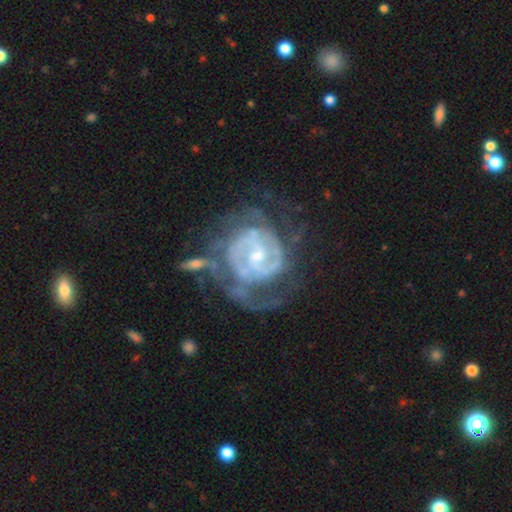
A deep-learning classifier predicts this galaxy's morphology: Smooth or featured? Predicted: featured or disk (p=0.87). Edge-on disk? Predicted: no (p=0.98). Bar? Predicted: weak (p=0.47). Spiral arms? Predicted: yes (p=0.91). Spiral winding? Predicted: tight (p=0.58). Spiral arm count? Predicted: 2 (p=0.38). Bulge size? Predicted: small (p=0.54). Merging? Predicted: none (p=0.43).